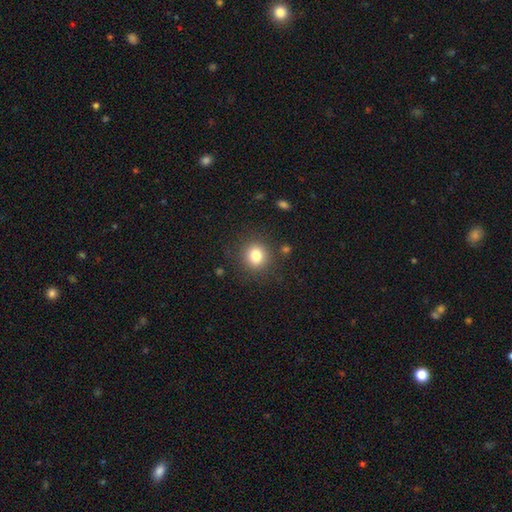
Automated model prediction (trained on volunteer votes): Morphology: type=smooth (81%); roundness=round (86%); merging=none (86%).